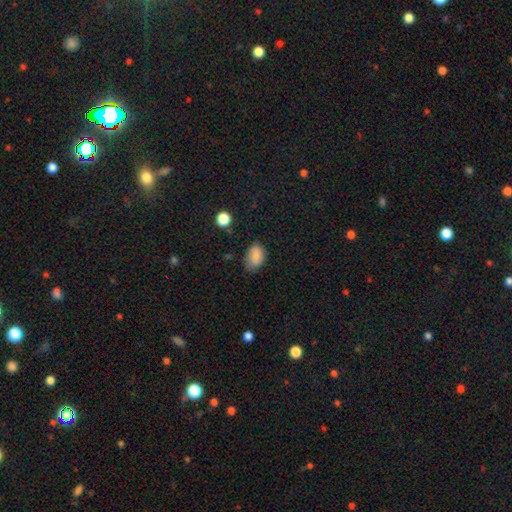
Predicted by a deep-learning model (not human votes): Smooth or featured? Predicted: smooth (p=0.84). How rounded? Predicted: in between (p=0.85). Merging? Predicted: none (p=0.65).